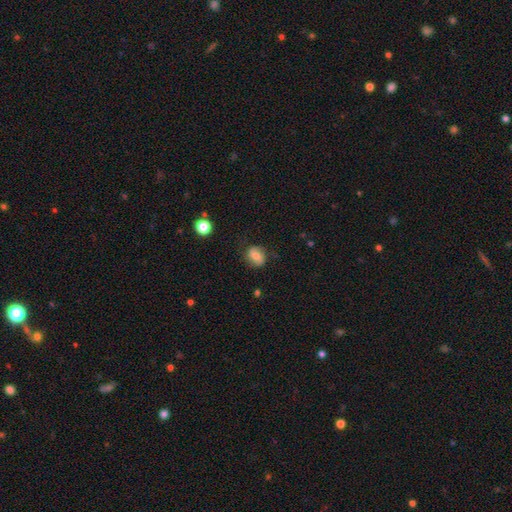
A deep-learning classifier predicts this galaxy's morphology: A smooth galaxy with no disk features (55%) that is round (52%).

Vote fractions:
- Smooth or featured? smooth: 55% / featured or disk: 35% / star or artifact: 9%
- How rounded? round: 52% / in between: 46% / cigar-shaped: 1%
- Merging? none: 73% / minor disturbance: 19% / major disturbance: 6% / merger: 2%